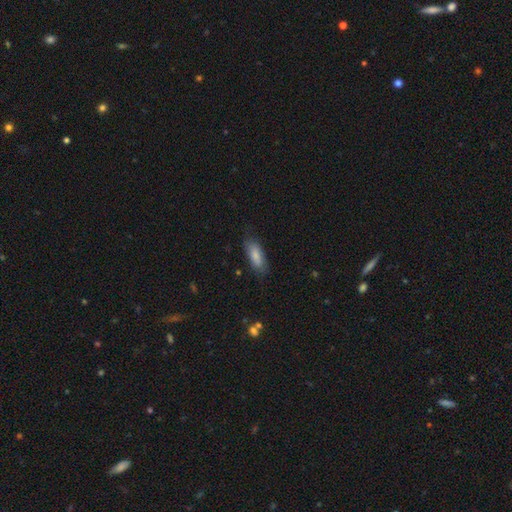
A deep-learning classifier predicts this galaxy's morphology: smooth-or-featured: smooth: 83% | featured or disk: 11% | star or artifact: 6%
  how-rounded: in between: 71% | cigar-shaped: 27% | round: 2%
  merging: none: 77% | minor disturbance: 17% | major disturbance: 4% | merger: 1%